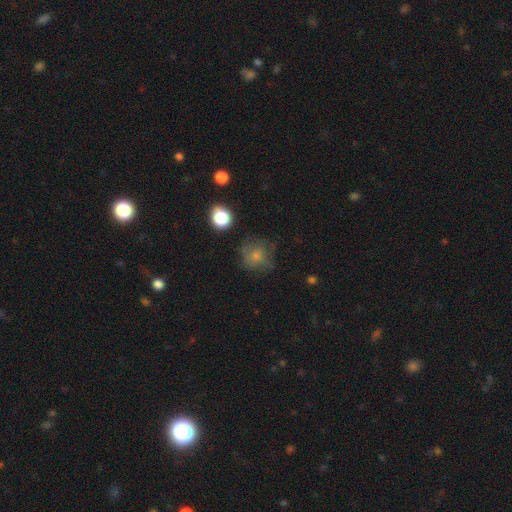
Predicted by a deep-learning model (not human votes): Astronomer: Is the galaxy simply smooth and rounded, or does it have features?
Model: smooth — 67%.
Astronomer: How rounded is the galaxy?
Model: round — 84%.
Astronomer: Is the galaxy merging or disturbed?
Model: none — 60%.